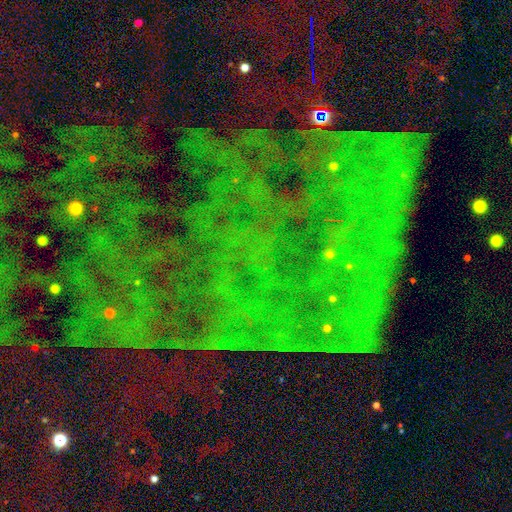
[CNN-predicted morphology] This is clearly a star or artifact rather than a galaxy (83%).